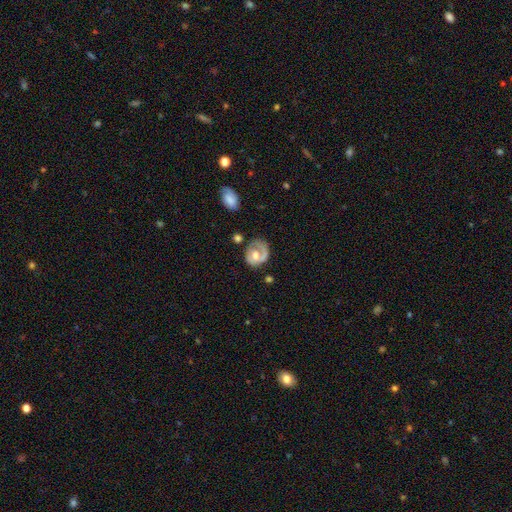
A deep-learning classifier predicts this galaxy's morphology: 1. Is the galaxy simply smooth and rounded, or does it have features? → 51% featured or disk, 43% smooth, 7% star or artifact.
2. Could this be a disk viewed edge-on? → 97% no, 3% yes.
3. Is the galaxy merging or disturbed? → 48% none, 24% minor disturbance, 23% major disturbance, 6% merger.